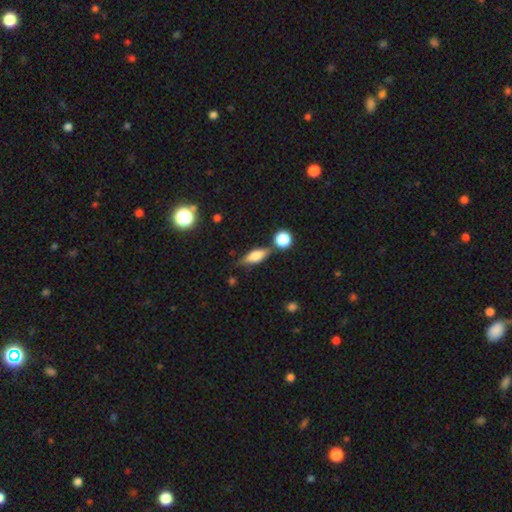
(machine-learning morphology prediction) This appears to be a smooth galaxy with no disk features (55%) that is in between round and cigar-shaped (62%). Merging: none (71%).